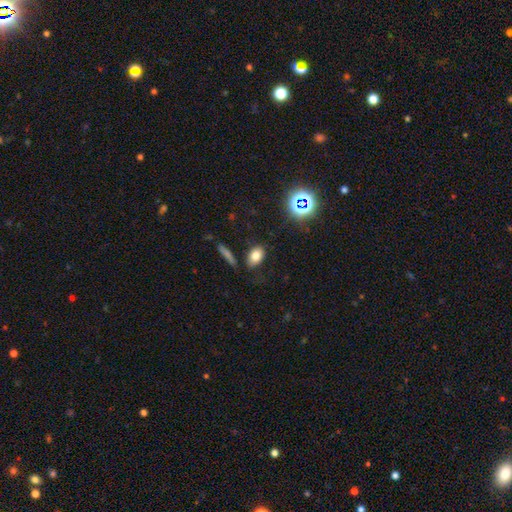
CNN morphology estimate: Q: Smooth or featured?
A: smooth (77%); runner-up: star or artifact (13%)
Q: How rounded?
A: in between (83%); runner-up: round (14%)
Q: Merging?
A: none (79%); runner-up: minor disturbance (13%)